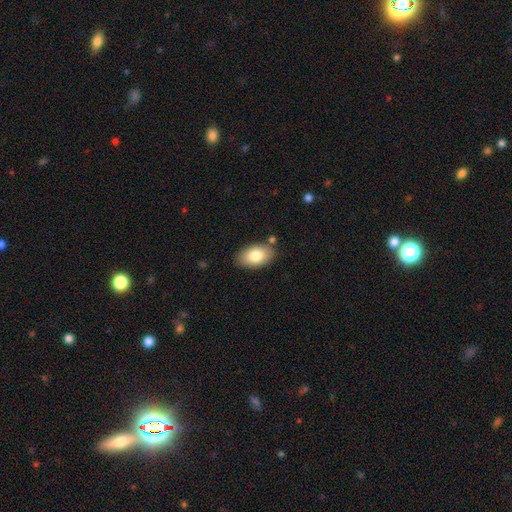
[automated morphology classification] Smooth or featured? Predicted: smooth (p=0.80). How rounded? Predicted: in between (p=0.93). Merging? Predicted: none (p=0.83).